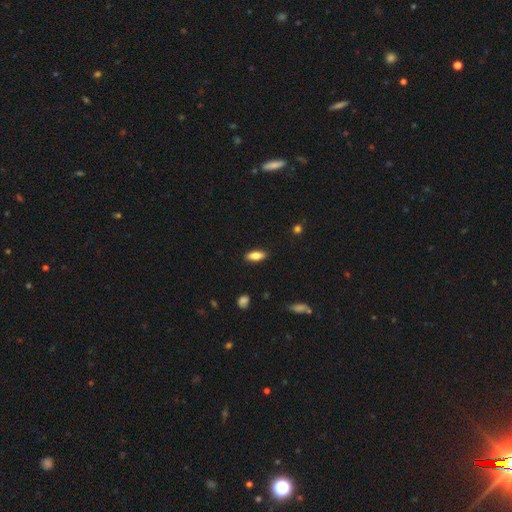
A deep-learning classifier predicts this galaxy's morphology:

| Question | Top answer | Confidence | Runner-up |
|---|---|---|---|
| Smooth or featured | smooth | 77% | featured or disk (16%) |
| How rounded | in between | 78% | cigar-shaped (19%) |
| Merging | none | 88% | minor disturbance (9%) |